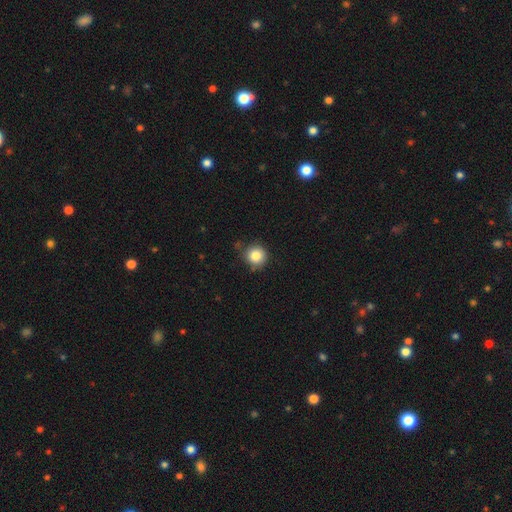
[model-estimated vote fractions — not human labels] A smooth galaxy with no disk features (84%) that is round (93%).

Vote fractions:
- Smooth or featured? smooth: 84% / star or artifact: 10% / featured or disk: 6%
- How rounded? round: 93% / in between: 6% / cigar-shaped: 1%
- Merging? none: 79% / minor disturbance: 15% / merger: 3% / major disturbance: 3%